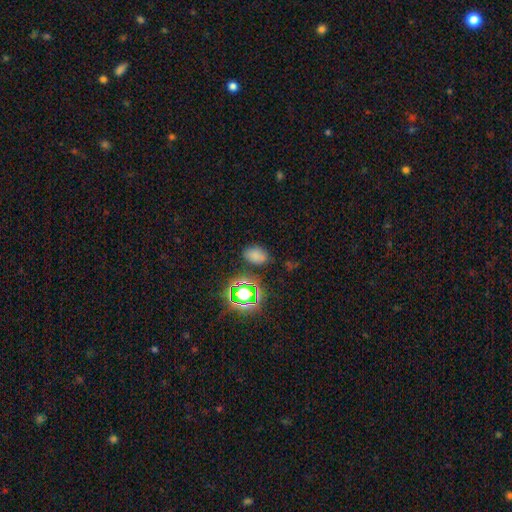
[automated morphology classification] type=smooth (70%); roundness=in between (83%); merging=none (76%).